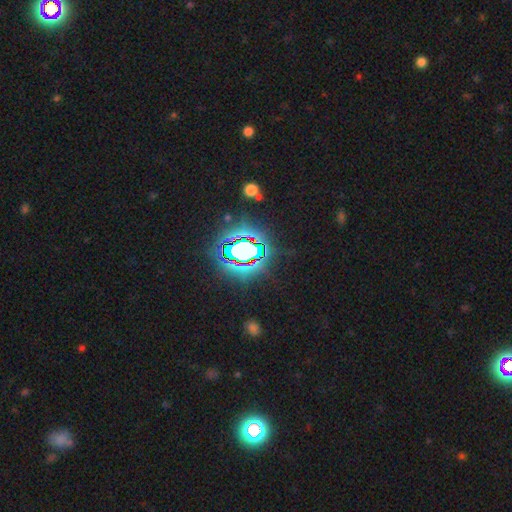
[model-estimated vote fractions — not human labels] A star or artifact, not a galaxy (80%).